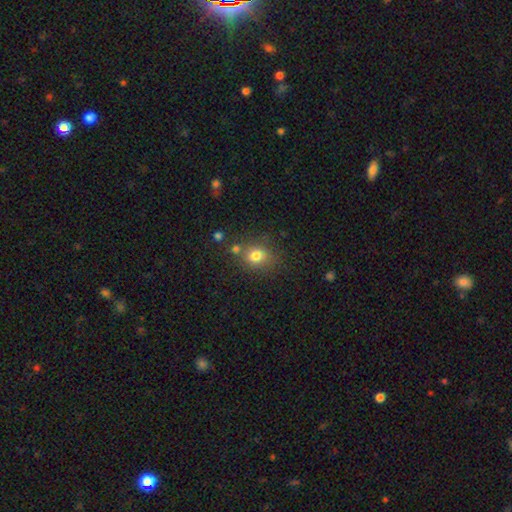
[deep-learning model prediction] smooth 78%, star or artifact 13%, featured or disk 9%. Down the decision tree: how rounded — round (65%); merging — none (69%).